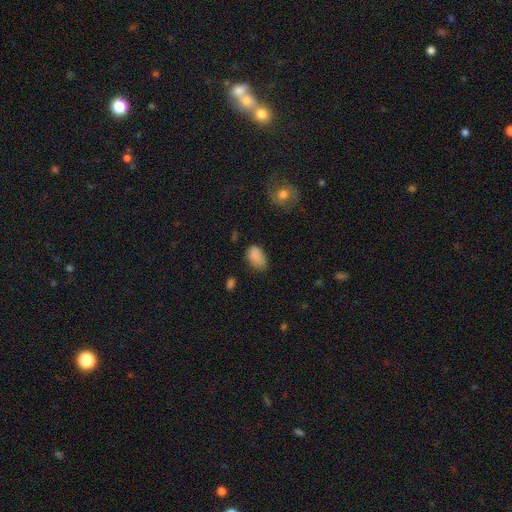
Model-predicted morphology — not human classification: Smooth or featured? smooth (86%)
How rounded? in between (90%)
Merging? none (63%)